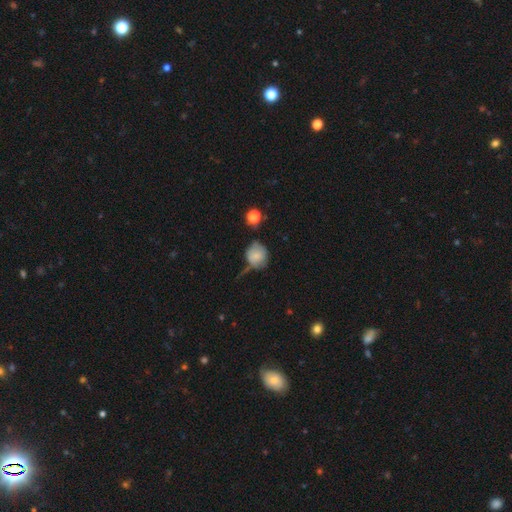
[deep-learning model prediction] smooth-or-featured: smooth: 73% | featured or disk: 18% | star or artifact: 10%
  how-rounded: round: 77% | in between: 21% | cigar-shaped: 1%
  merging: none: 46% | minor disturbance: 32% | major disturbance: 13% | merger: 9%